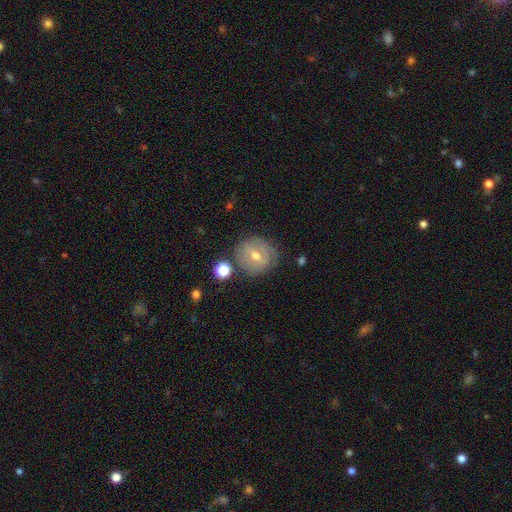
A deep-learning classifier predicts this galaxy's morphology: This appears to be a featured or disk galaxy (47%). Merging: none (75%).